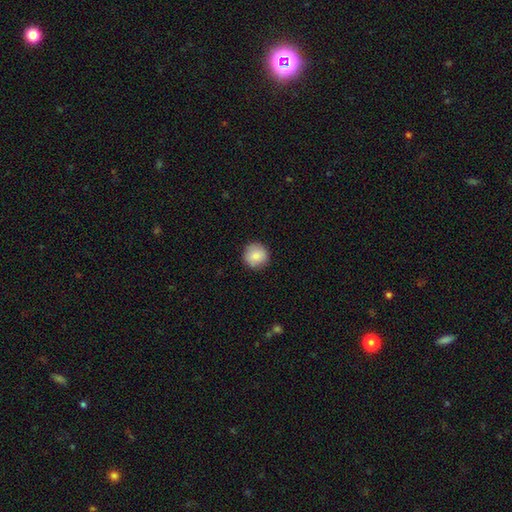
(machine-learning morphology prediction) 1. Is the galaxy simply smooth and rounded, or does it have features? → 85% smooth, 8% featured or disk, 8% star or artifact.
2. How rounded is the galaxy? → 95% round, 4% in between, 1% cigar-shaped.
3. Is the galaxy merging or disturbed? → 90% none, 7% minor disturbance, 2% major disturbance, 1% merger.